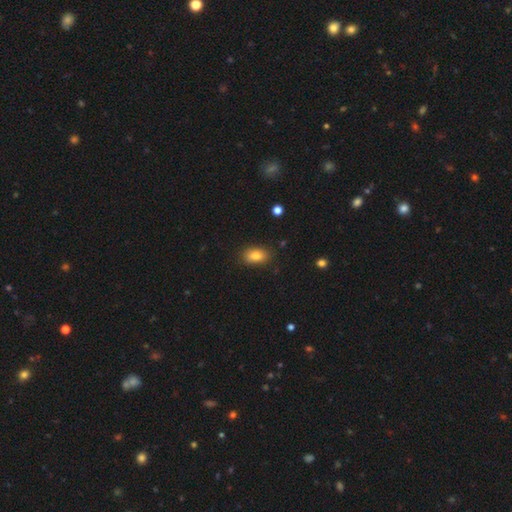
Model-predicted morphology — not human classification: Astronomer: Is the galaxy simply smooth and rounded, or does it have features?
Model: smooth — 82%.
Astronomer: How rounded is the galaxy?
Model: in between — 85%.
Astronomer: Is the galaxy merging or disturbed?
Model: none — 83%.